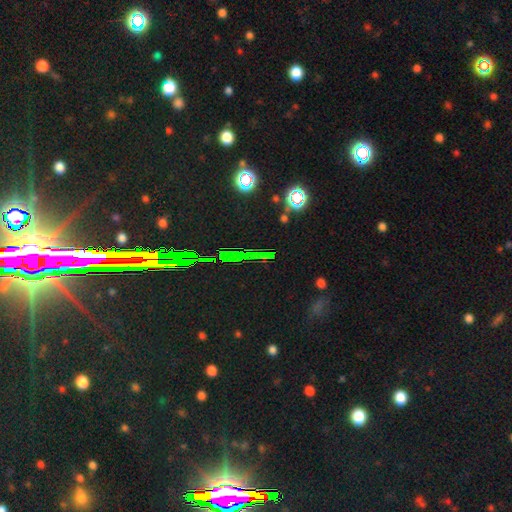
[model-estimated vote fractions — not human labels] Smooth or featured? Predicted: star or artifact (p=0.73).